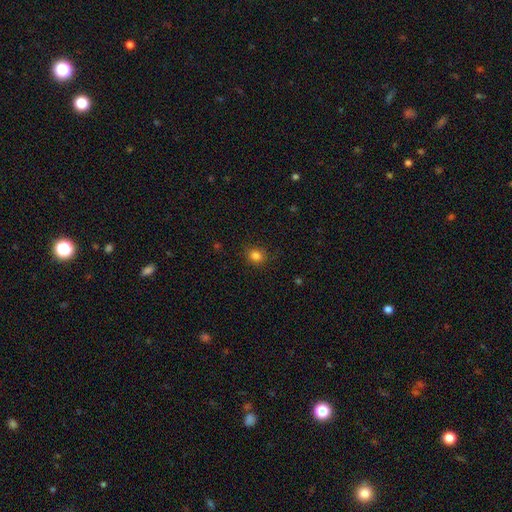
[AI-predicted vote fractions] A smooth galaxy with no disk features (83%) that is round (74%). Merging: none (86%).